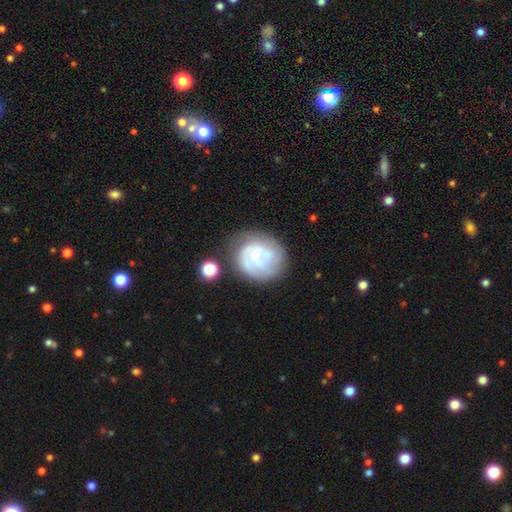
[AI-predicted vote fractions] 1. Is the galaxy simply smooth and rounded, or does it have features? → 69% featured or disk, 23% smooth, 8% star or artifact.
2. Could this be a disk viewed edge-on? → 98% no, 2% yes.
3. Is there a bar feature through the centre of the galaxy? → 61% no, 32% weak, 7% strong.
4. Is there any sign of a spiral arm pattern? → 82% yes, 18% no.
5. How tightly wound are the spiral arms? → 59% tight, 30% medium, 11% loose.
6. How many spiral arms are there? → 37% can't tell, 29% 2, 17% 3, 8% 1, 5% 4, 4% more than 4.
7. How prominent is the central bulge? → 61% small, 18% none, 17% moderate, 2% large, 1% dominant.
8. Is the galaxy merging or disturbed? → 64% none, 20% minor disturbance, 11% major disturbance, 5% merger.